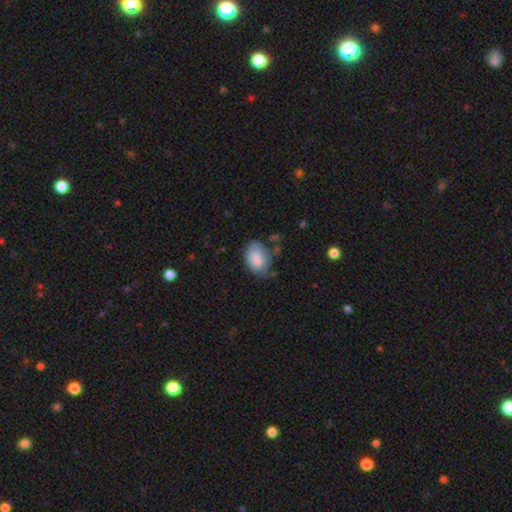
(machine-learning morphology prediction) smooth 83%, featured or disk 10%, star or artifact 7%. Down the decision tree: how rounded — in between (86%); merging — none (53%).